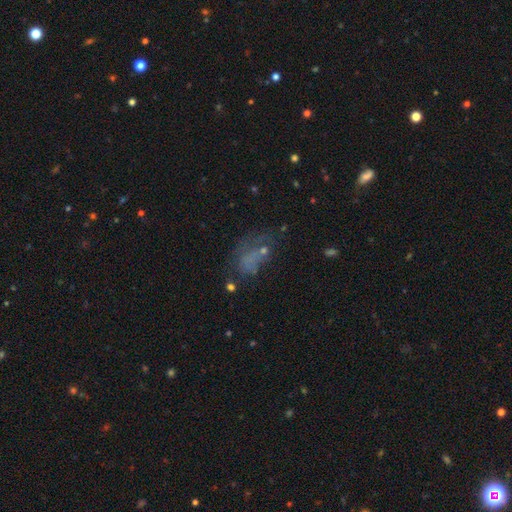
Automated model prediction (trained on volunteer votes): smooth_or_featured: smooth (p=0.42) [alt: star or artifact p=0.30]
merging: none (p=0.40) [alt: major disturbance p=0.30]